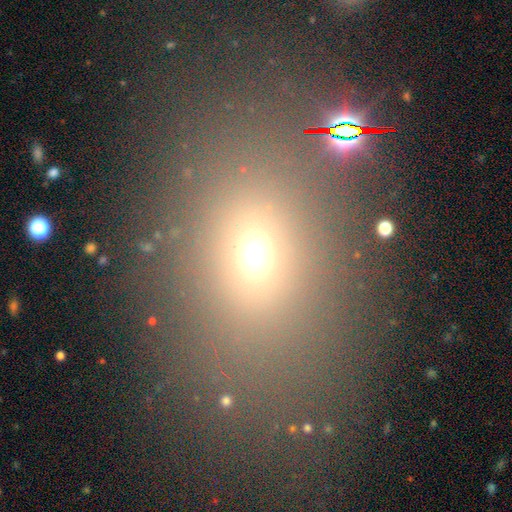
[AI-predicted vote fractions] Overall: smooth (64%; star or artifact 25%). How rounded: in between (63%; round 34%). Merging: none (76%).